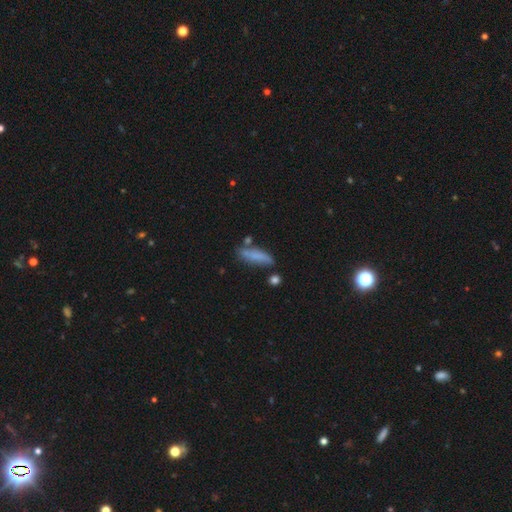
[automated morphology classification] Overall: smooth (73%). How rounded: cigar-shaped (63%; in between 34%). Merging: none (67%).